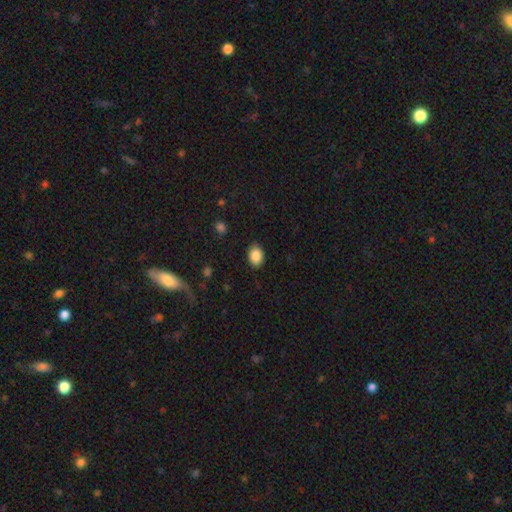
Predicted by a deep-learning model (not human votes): The model was most divided on "how rounded": in between: 71%, round: 28%, cigar-shaped: 1%. More confident: smooth or featured — smooth (88%); merging — none (87%).